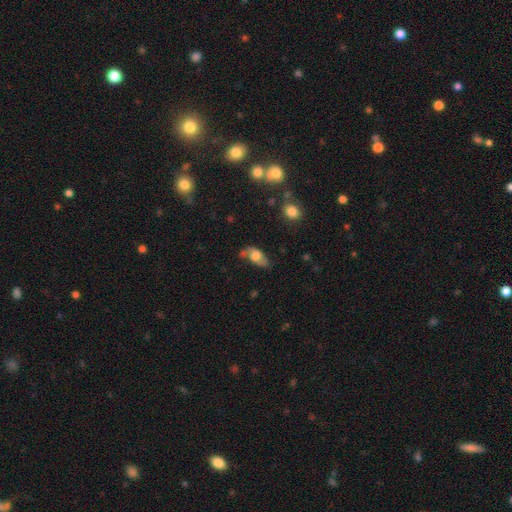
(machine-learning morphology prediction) type=featured or disk (49%); merging=none (58%).